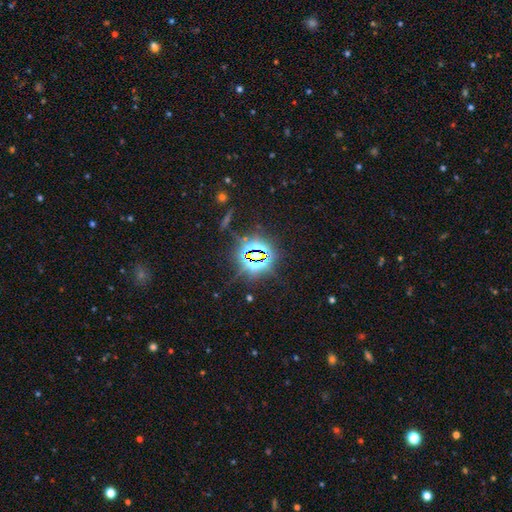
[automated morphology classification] This appears to be a star or artifact, not a galaxy (82%).